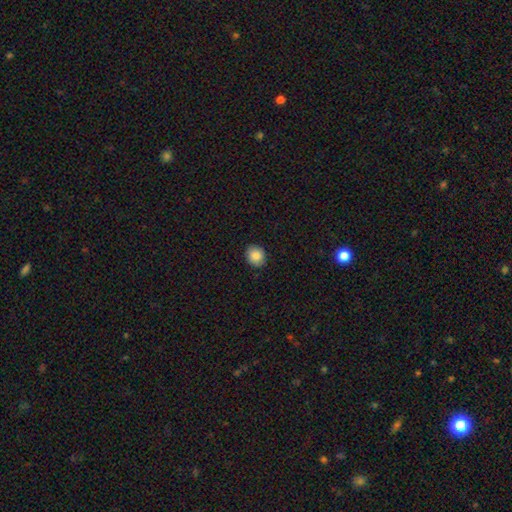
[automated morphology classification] Smooth or featured: smooth — 88% (star or artifact — 8%)
How rounded: round — 77% (in between — 22%)
Merging: none — 89% (minor disturbance — 8%)